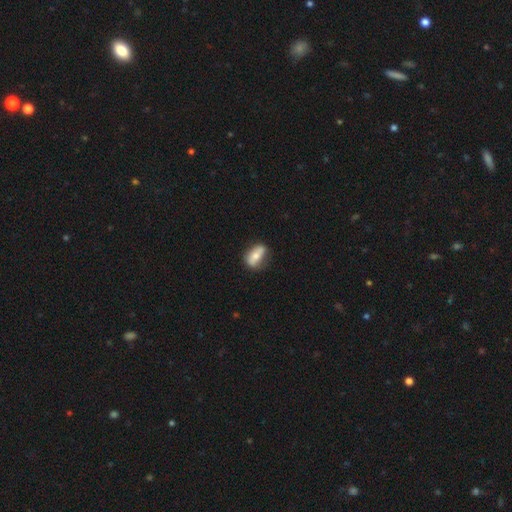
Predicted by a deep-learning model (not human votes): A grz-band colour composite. It shows a smooth galaxy with no disk features (62%) that is in between round and cigar-shaped (79%). Merging: none (70%).